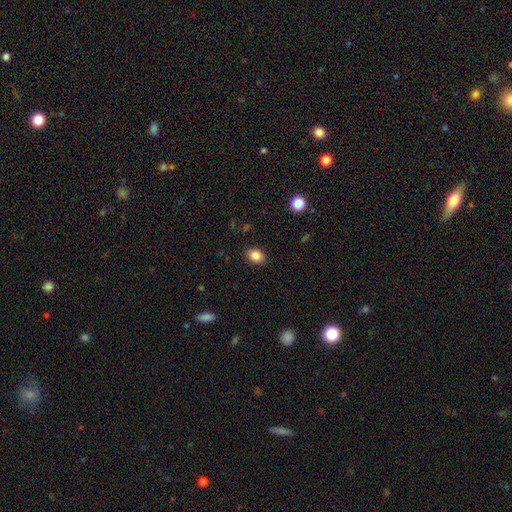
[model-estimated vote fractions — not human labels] Morphology: type=smooth (85%); roundness=in between (64%); merging=none (88%).